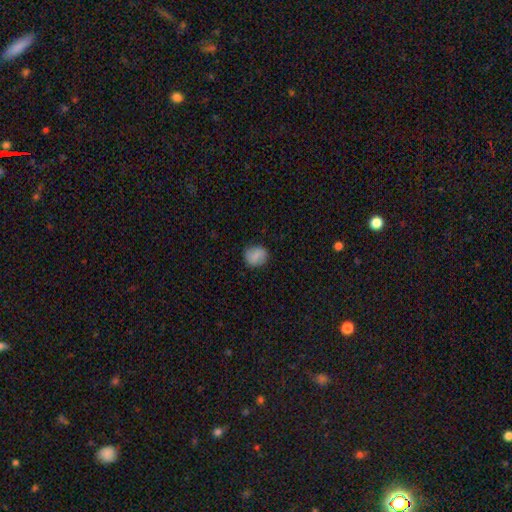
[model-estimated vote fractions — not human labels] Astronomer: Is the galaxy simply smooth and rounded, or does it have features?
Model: smooth — 80%.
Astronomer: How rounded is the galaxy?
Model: round — 71%.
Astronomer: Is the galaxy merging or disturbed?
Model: none — 85%.